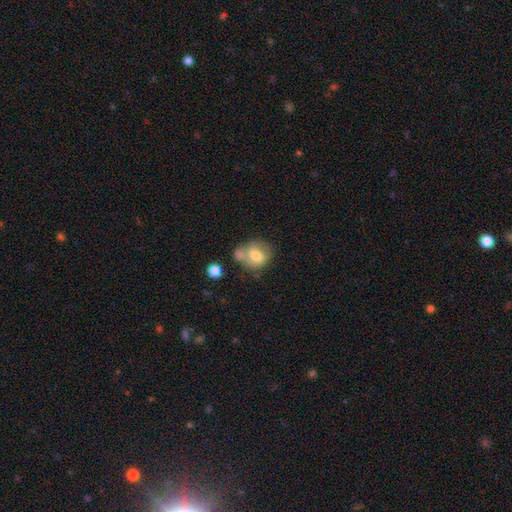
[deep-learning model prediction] Smooth or featured: smooth — 66% (featured or disk — 26%)
How rounded: round — 57% (in between — 42%)
Merging: merger — 39% (none — 33%)